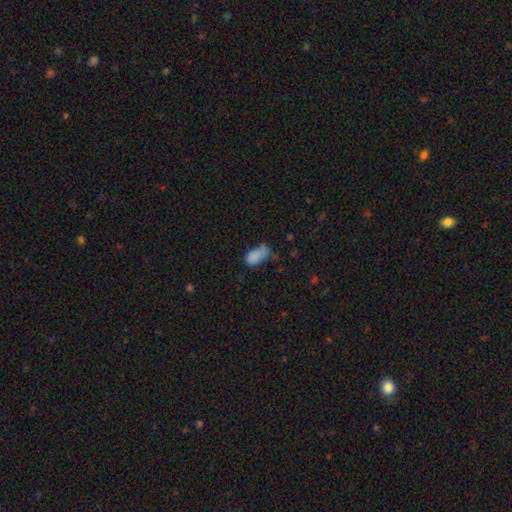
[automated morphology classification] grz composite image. It shows a smooth galaxy with no disk features (82%) that is in between round and cigar-shaped (92%). Merging: none (39%).